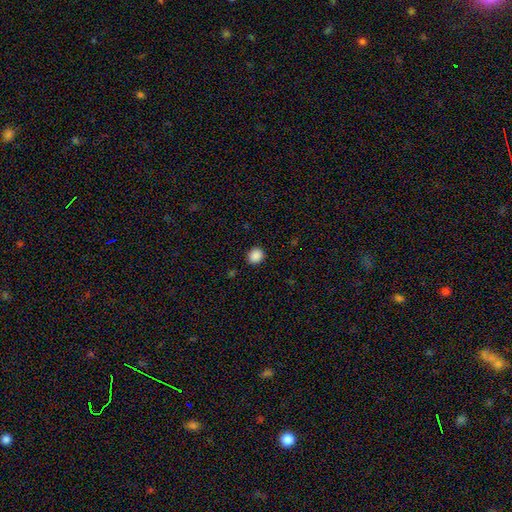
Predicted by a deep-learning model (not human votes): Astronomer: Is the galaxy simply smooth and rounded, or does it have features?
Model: smooth — 88%.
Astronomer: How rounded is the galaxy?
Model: round — 79%.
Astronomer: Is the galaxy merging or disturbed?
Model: none — 90%.